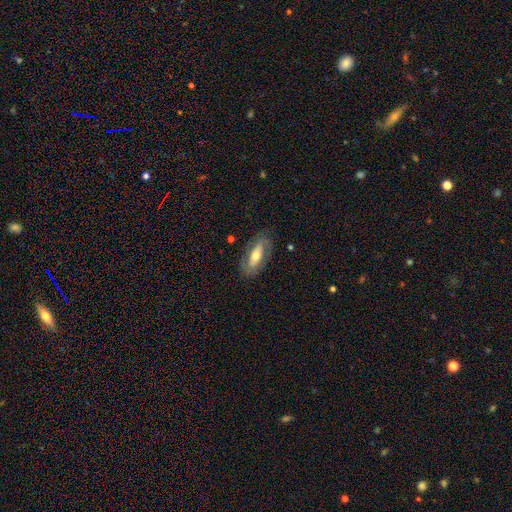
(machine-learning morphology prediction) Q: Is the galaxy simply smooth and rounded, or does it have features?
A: featured or disk — 61%.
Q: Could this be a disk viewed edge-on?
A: no — 81%.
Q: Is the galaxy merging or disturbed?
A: none — 78%.